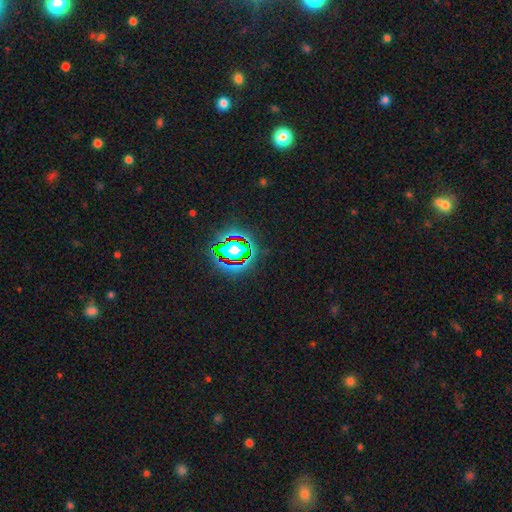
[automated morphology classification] smooth_or_featured: star or artifact (p=0.82) [alt: smooth p=0.11]